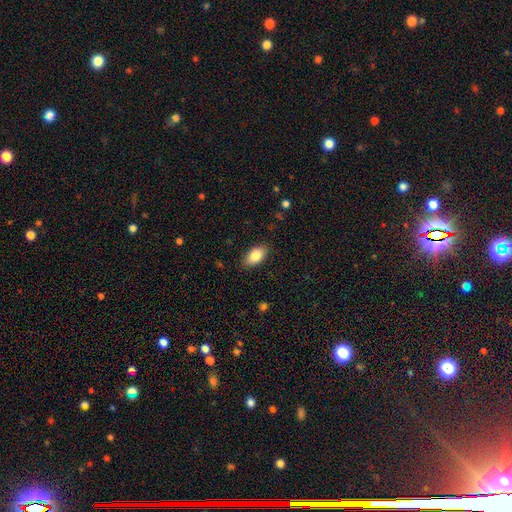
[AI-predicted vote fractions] The model was most divided on "smooth or featured": smooth: 84%, featured or disk: 9%, star or artifact: 7%. More confident: how rounded — in between (92%); merging — none (87%).